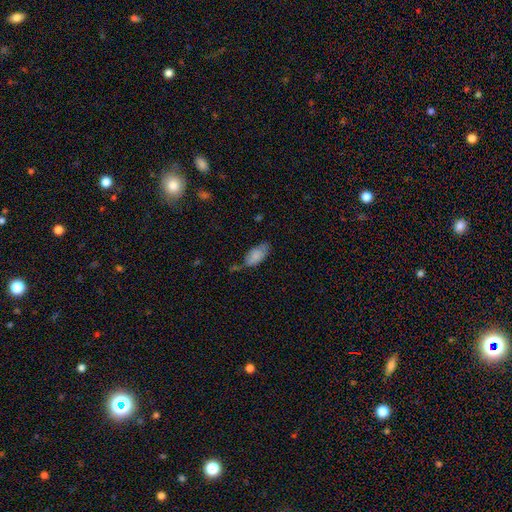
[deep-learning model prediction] This appears to be a smooth galaxy with no disk features (80%) that is in between round and cigar-shaped (92%). Merging: none (41%).